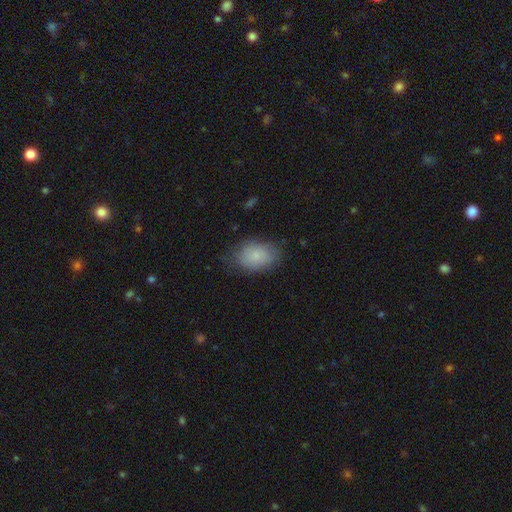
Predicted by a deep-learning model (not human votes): This is clearly a smooth galaxy (83%). How rounded: likely in between (78%). Merging: likely none (71%).